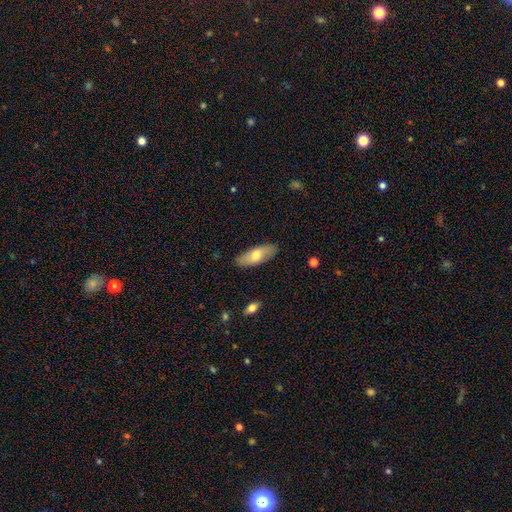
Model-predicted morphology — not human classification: smooth 66%, featured or disk 28%, star or artifact 6%. Down the decision tree: how rounded — in between (75%); merging — none (86%).